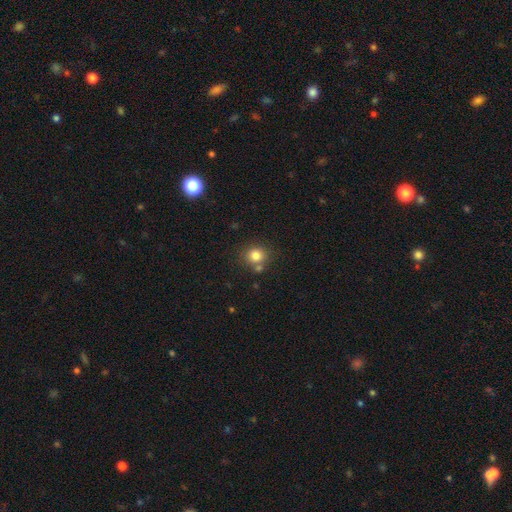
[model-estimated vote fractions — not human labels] Q: Smooth or featured?
A: smooth (81%); runner-up: star or artifact (12%)
Q: How rounded?
A: round (82%); runner-up: in between (17%)
Q: Merging?
A: none (71%); runner-up: merger (16%)